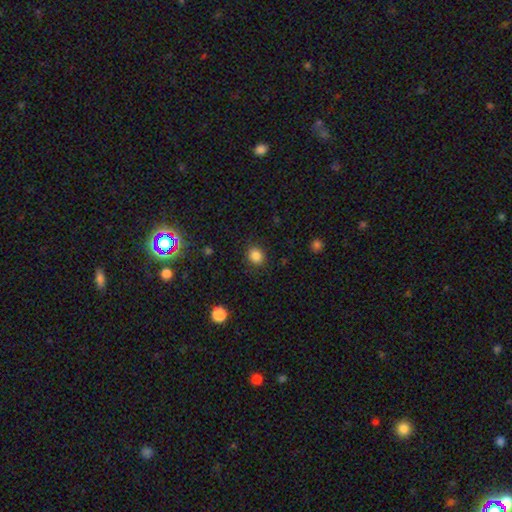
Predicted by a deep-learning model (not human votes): smooth 85%, star or artifact 11%, featured or disk 4%. Down the decision tree: how rounded — round (66%); merging — none (88%).